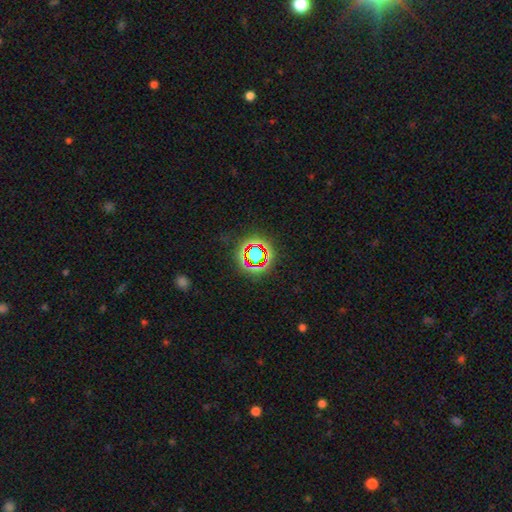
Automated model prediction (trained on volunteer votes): A star or artifact, not a galaxy (64%).

Vote fractions:
- Smooth or featured? star or artifact: 64% / smooth: 23% / featured or disk: 13%